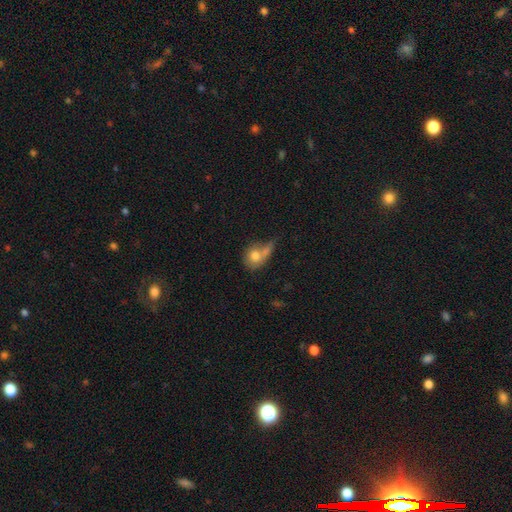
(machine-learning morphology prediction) A smooth galaxy with no disk features (74%) that is round (56%). Merging: merger (44%).